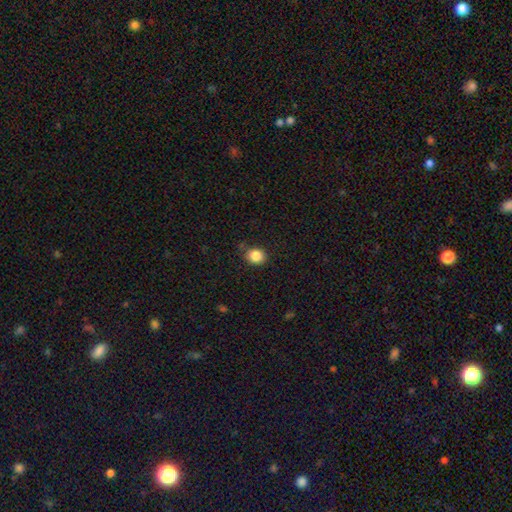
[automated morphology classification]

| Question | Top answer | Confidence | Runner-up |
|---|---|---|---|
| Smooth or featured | smooth | 85% | star or artifact (10%) |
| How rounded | round | 71% | in between (28%) |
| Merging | none | 81% | minor disturbance (13%) |